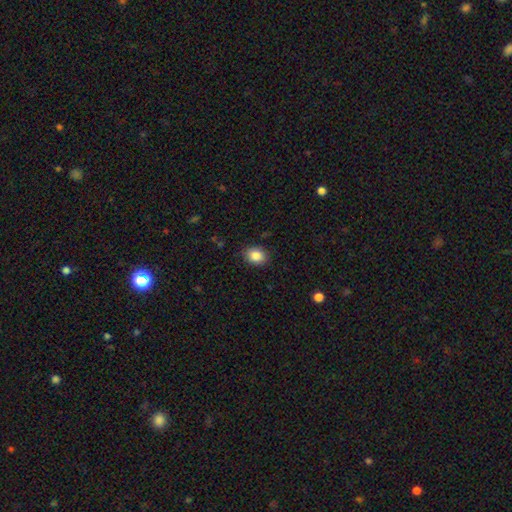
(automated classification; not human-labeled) Q: Smooth or featured?
A: smooth (86%); runner-up: star or artifact (9%)
Q: How rounded?
A: in between (54%); runner-up: round (45%)
Q: Merging?
A: none (85%); runner-up: minor disturbance (12%)